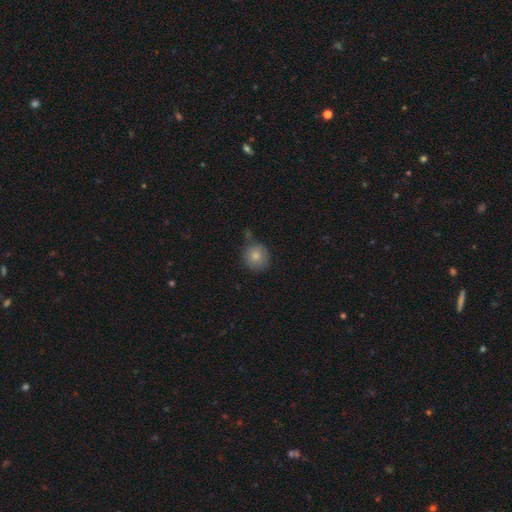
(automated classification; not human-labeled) smooth_or_featured: smooth (p=0.82) [alt: star or artifact p=0.09]
how_rounded: round (p=0.90) [alt: in between p=0.09]
merging: none (p=0.71) [alt: minor disturbance p=0.17]